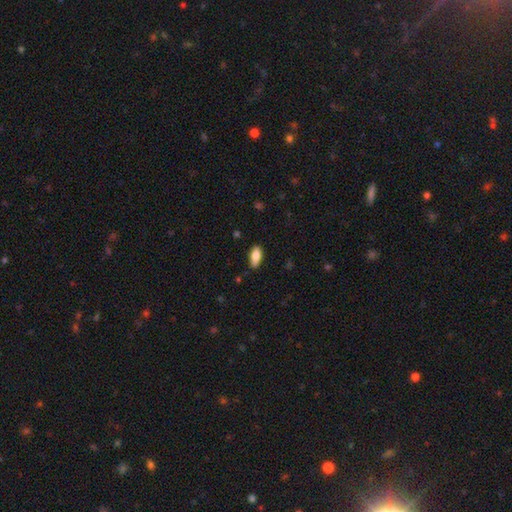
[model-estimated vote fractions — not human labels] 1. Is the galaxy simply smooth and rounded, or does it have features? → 79% smooth, 14% featured or disk, 6% star or artifact.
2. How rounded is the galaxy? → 85% in between, 12% cigar-shaped, 2% round.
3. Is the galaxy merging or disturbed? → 83% none, 13% minor disturbance, 2% major disturbance, 1% merger.